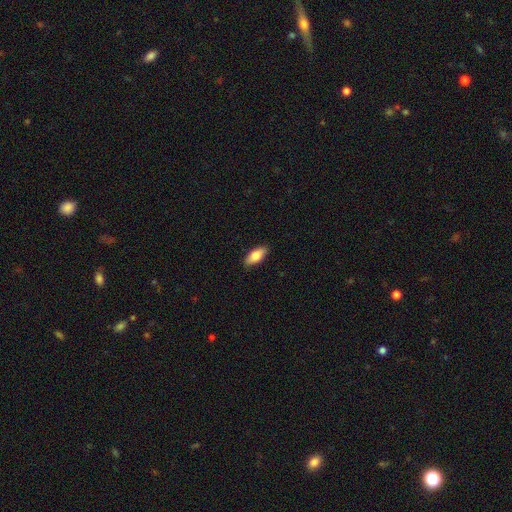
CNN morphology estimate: type=smooth (79%); roundness=in between (85%); merging=none (88%).